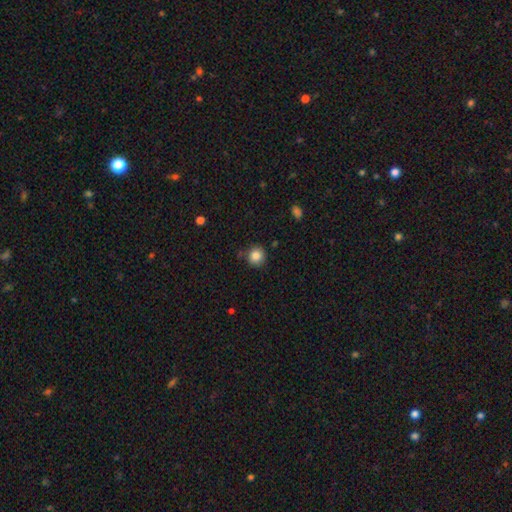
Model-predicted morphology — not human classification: smooth 84%, star or artifact 10%, featured or disk 6%. Down the decision tree: how rounded — round (92%); merging — none (84%).